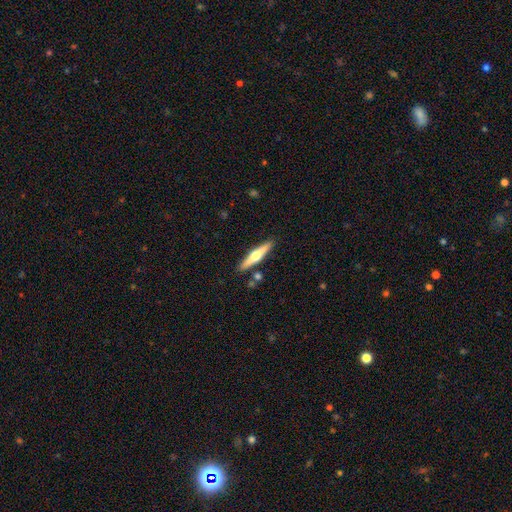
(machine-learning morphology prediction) Overall: featured or disk (60%; smooth 35%). Edge-on disk: yes (97%). Edge-on bulge: rounded (93%). Merging: none (87%).